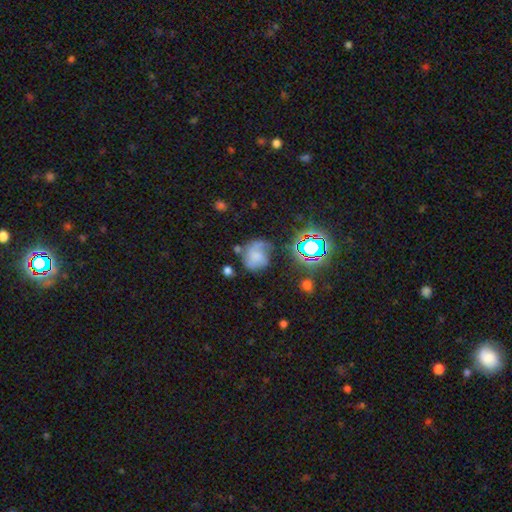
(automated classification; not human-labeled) This appears to be a smooth galaxy with no disk features (43%). Merging: none (41%).